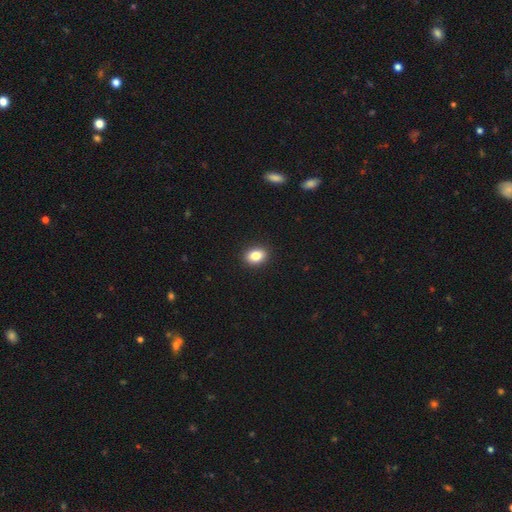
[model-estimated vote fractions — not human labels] Morphology: type=smooth (84%); roundness=in between (65%); merging=none (91%).